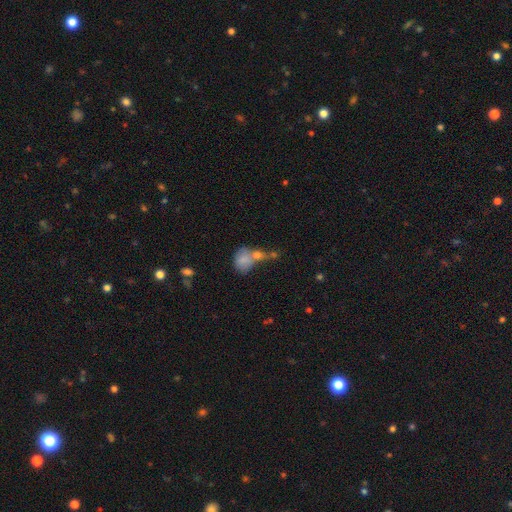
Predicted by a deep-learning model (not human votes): A smooth galaxy with no disk features (58%) that is round (50%).

Vote fractions:
- Smooth or featured? smooth: 58% / star or artifact: 21% / featured or disk: 20%
- How rounded? round: 50% / in between: 44% / cigar-shaped: 5%
- Merging? merger: 41% / none: 37% / minor disturbance: 13% / major disturbance: 9%